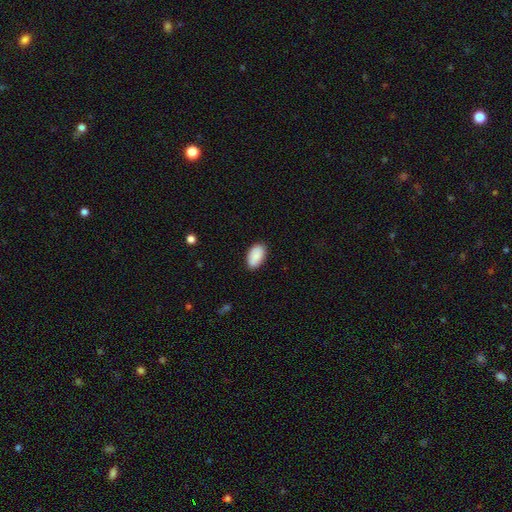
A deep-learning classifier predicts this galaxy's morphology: smooth-or-featured: smooth: 88% | star or artifact: 6% | featured or disk: 6%
  how-rounded: in between: 94% | round: 4% | cigar-shaped: 1%
  merging: none: 83% | minor disturbance: 13% | major disturbance: 2% | merger: 1%